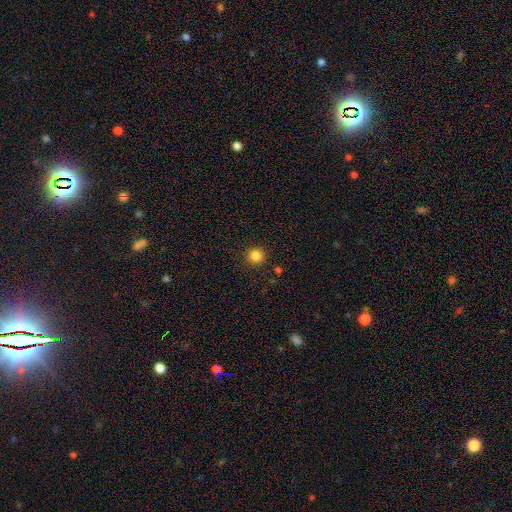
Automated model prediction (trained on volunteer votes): smooth-or-featured: smooth: 84% | star or artifact: 12% | featured or disk: 4%
  how-rounded: round: 92% | in between: 7% | cigar-shaped: 1%
  merging: none: 90% | minor disturbance: 6% | major disturbance: 2% | merger: 2%